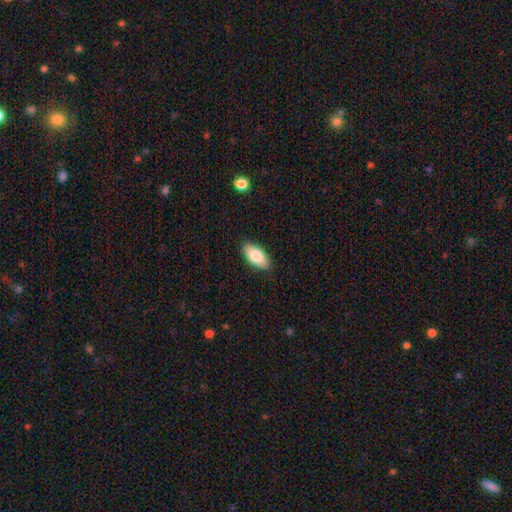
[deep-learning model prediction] Smooth or featured? smooth (83%)
How rounded? in between (91%)
Merging? none (88%)